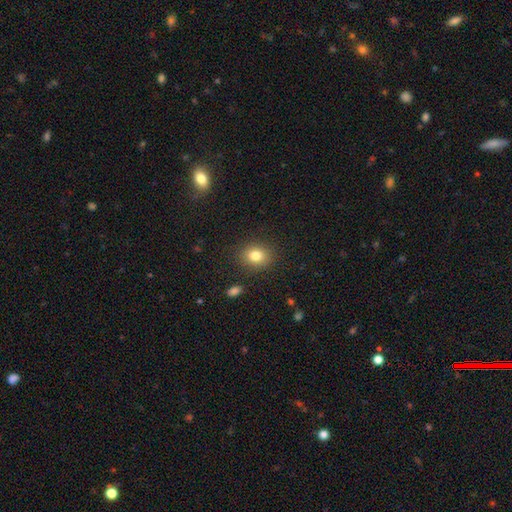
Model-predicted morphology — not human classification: Smooth or featured?
  - smooth: 82% *
  - star or artifact: 11%
  - featured or disk: 8%
How rounded?
  - round: 59% *
  - in between: 40%
  - cigar-shaped: 1%
Merging?
  - none: 88% *
  - minor disturbance: 8%
  - major disturbance: 3%
  - merger: 2%